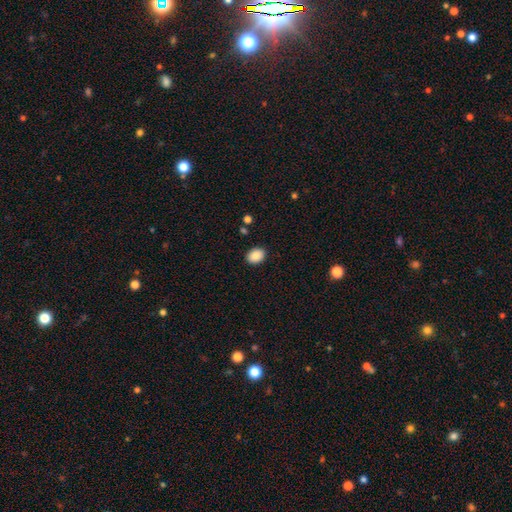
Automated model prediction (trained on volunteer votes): Smooth or featured? smooth (89%)
How rounded? in between (73%)
Merging? none (89%)